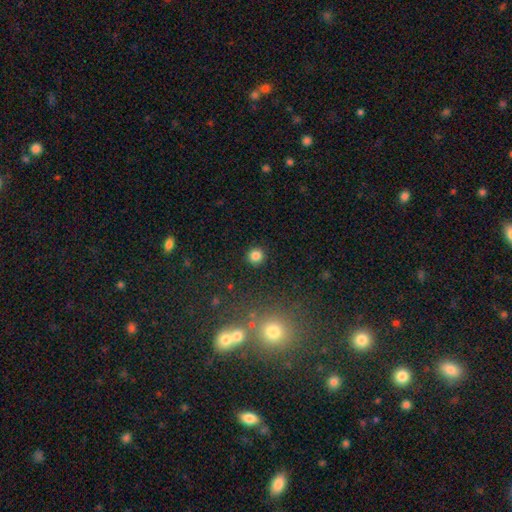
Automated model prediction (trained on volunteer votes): This appears to be a smooth galaxy with no disk features (83%) that is round (94%). Merging: none (92%).